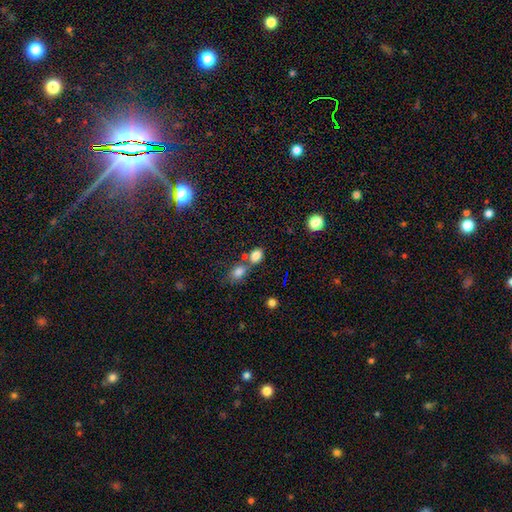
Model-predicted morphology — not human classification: Q: Smooth or featured?
A: smooth (81%); runner-up: star or artifact (12%)
Q: How rounded?
A: in between (68%); runner-up: round (30%)
Q: Merging?
A: none (50%); runner-up: merger (36%)